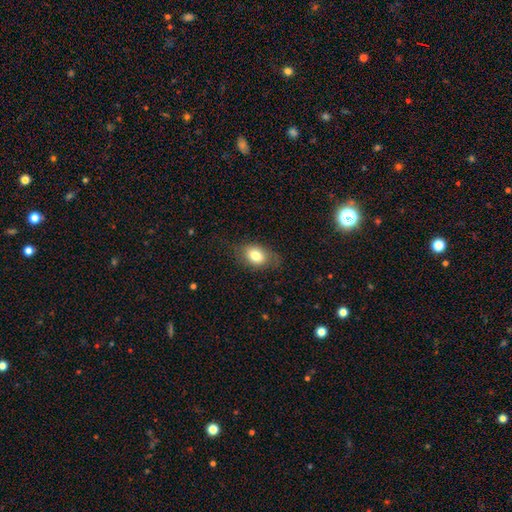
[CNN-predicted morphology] Smooth or featured? smooth (77%)
How rounded? in between (77%)
Merging? none (68%)